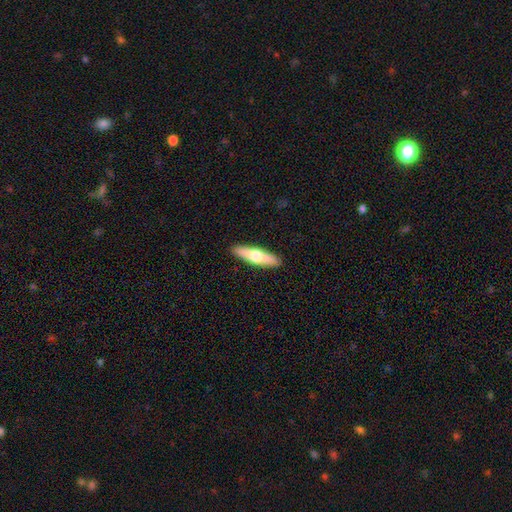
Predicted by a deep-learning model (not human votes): smooth_or_featured: smooth (p=0.56) [alt: featured or disk p=0.39]
how_rounded: cigar-shaped (p=0.75) [alt: in between p=0.24]
merging: none (p=0.91) [alt: minor disturbance p=0.07]